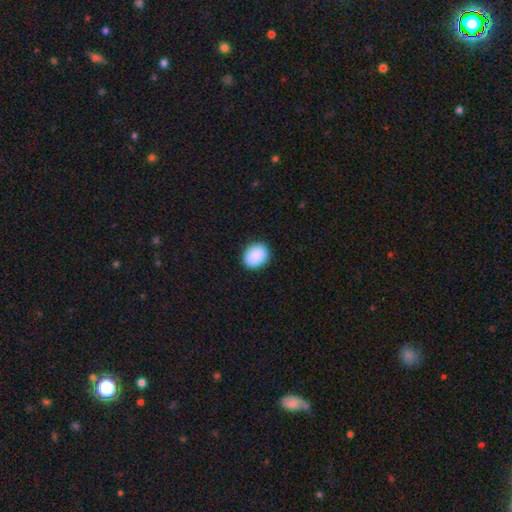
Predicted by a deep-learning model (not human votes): Smooth or featured? smooth (90%)
How rounded? in between (51%)
Merging? none (89%)